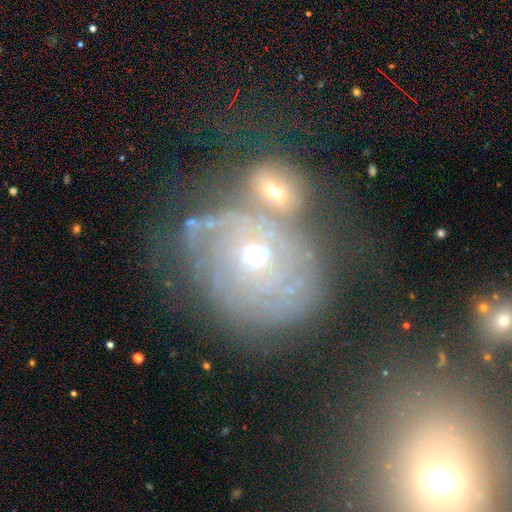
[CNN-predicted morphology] Smooth or featured? featured or disk (76%)
Edge-on disk? no (96%)
Bar? no (76%)
Spiral arms? yes (87%)
Spiral winding? tight (74%)
Spiral arm count? can't tell (44%)
Bulge size? moderate (58%)
Merging? none (45%)